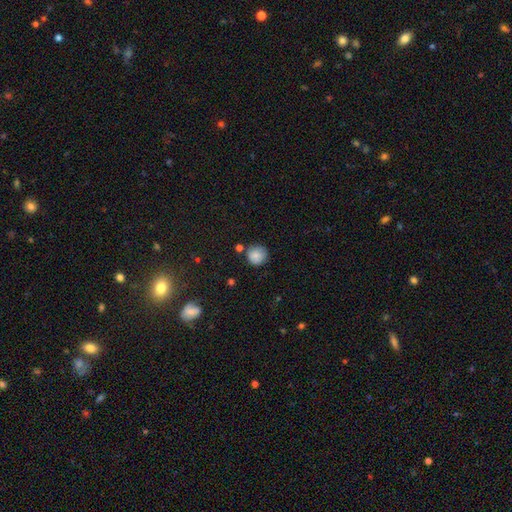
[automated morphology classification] Overall: smooth (82%). How rounded: round (91%). Merging: none (76%).